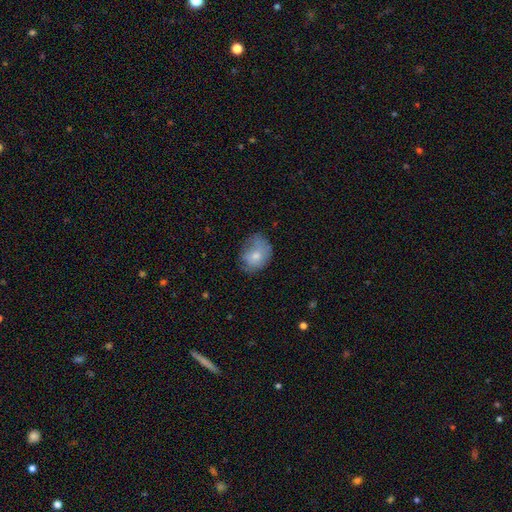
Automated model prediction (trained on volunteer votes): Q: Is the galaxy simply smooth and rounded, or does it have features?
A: smooth — 72%.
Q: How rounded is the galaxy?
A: in between — 52%.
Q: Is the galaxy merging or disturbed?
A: none — 47%.